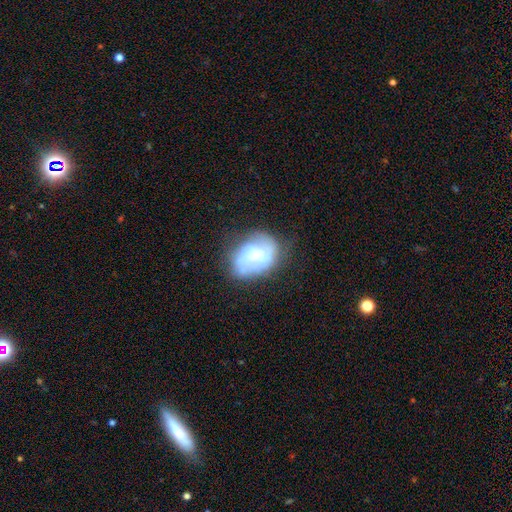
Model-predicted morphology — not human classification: Overall: featured or disk (59%; smooth 33%). Edge-on disk: no (96%). Bar: weak (45%; no 41%). Spiral arms: yes (70%). Bulge size: moderate (57%; small 29%). Merging: none (56%; minor disturbance 27%).